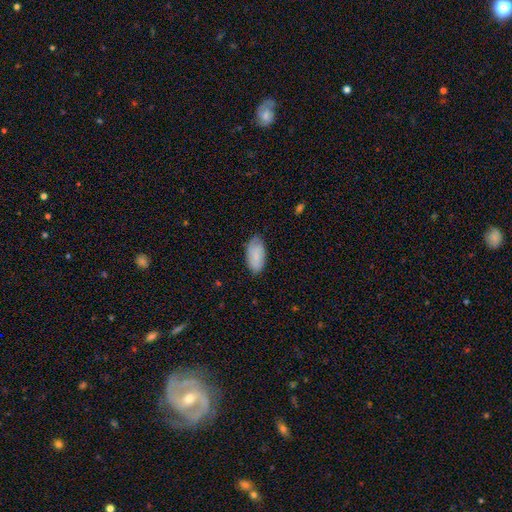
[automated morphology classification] type=smooth (77%); roundness=in between (94%); merging=none (76%).